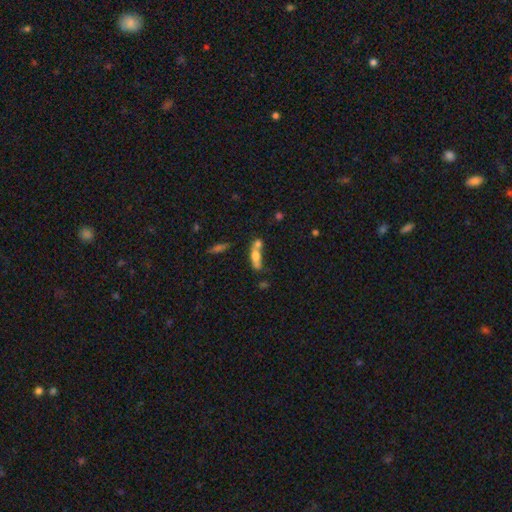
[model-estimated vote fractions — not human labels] smooth 60%, featured or disk 29%, star or artifact 11%. Down the decision tree: how rounded — in between (58%); merging — merger (54%).